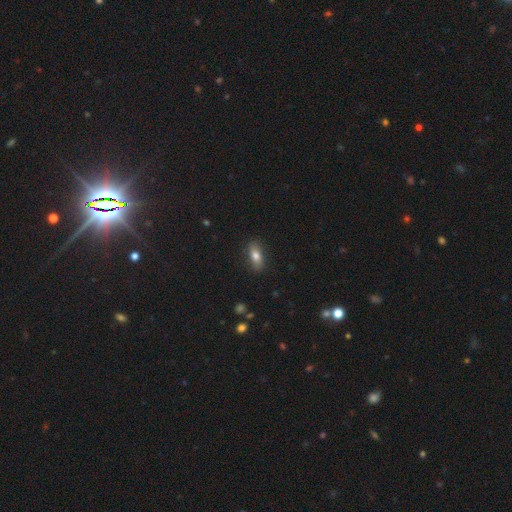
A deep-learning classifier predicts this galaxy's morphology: A smooth galaxy with no disk features (78%) that is in between round and cigar-shaped (79%).

Vote fractions:
- Smooth or featured? smooth: 78% / featured or disk: 14% / star or artifact: 8%
- How rounded? in between: 79% / cigar-shaped: 15% / round: 6%
- Merging? none: 86% / minor disturbance: 10% / major disturbance: 2% / merger: 1%